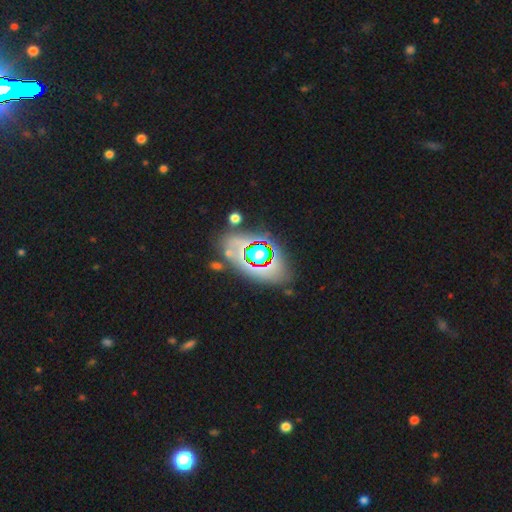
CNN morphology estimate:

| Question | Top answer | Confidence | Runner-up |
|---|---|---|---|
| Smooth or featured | star or artifact | 43% | smooth (30%) |